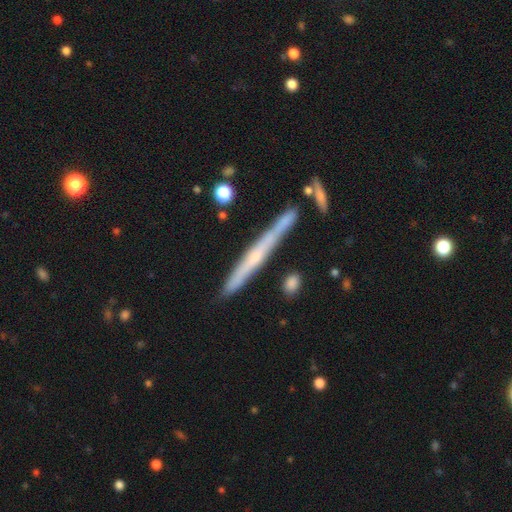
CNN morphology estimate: Smooth or featured? Predicted: featured or disk (p=0.62). Edge-on disk? Predicted: yes (p=0.95). Edge-on bulge? Predicted: none (p=0.61). Merging? Predicted: none (p=0.78).